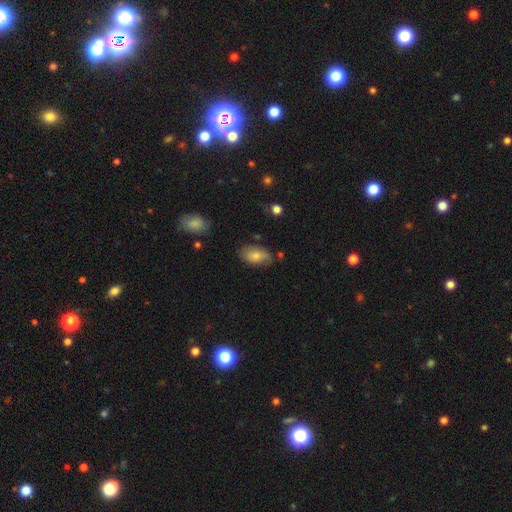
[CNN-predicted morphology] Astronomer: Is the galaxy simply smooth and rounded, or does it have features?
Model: smooth — 72%.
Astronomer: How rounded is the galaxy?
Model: in between — 92%.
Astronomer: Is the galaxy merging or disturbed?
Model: none — 64%.